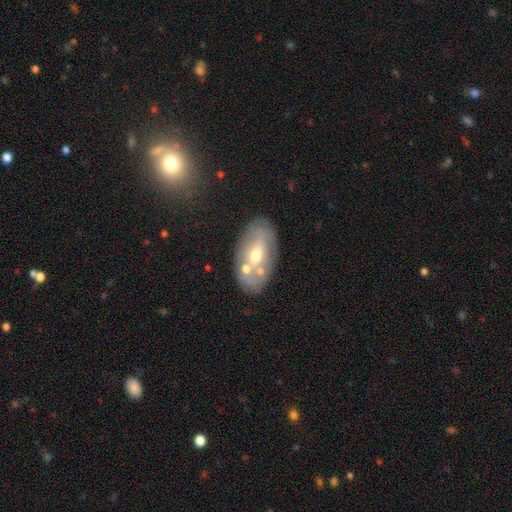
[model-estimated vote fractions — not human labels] Smooth or featured? Predicted: featured or disk (p=0.52). Edge-on disk? Predicted: no (p=0.85). Merging? Predicted: none (p=0.64).